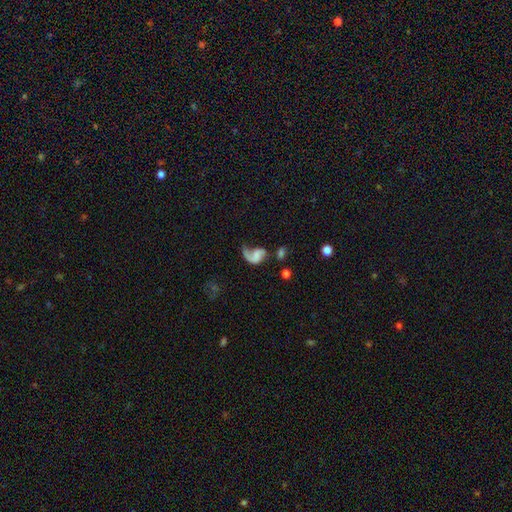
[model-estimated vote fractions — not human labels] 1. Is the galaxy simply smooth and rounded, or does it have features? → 62% featured or disk, 29% smooth, 9% star or artifact.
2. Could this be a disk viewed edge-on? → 98% no, 2% yes.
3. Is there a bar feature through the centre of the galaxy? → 64% no, 27% weak, 9% strong.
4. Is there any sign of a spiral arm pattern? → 85% yes, 15% no.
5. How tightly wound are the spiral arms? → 67% loose, 24% medium, 9% tight.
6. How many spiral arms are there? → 63% 1, 31% 2, 4% can't tell, 1% 3, 1% more than 4, 1% 4.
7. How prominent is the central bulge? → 60% none, 22% small, 11% moderate, 5% large, 3% dominant.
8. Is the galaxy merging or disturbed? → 44% major disturbance, 28% none, 18% minor disturbance, 10% merger.